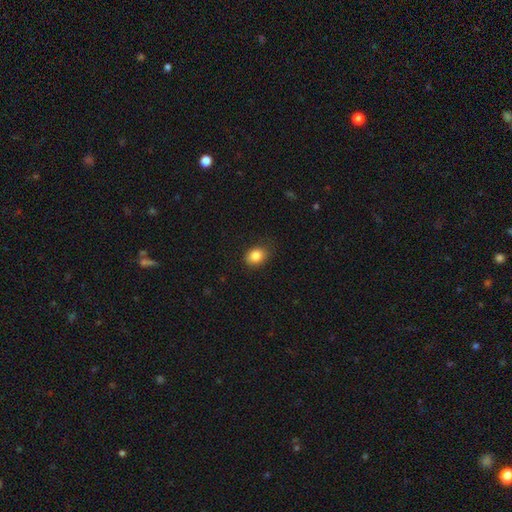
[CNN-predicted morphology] This appears to be a smooth galaxy with no disk features (85%) that is in between round and cigar-shaped (54%). Merging: none (78%).